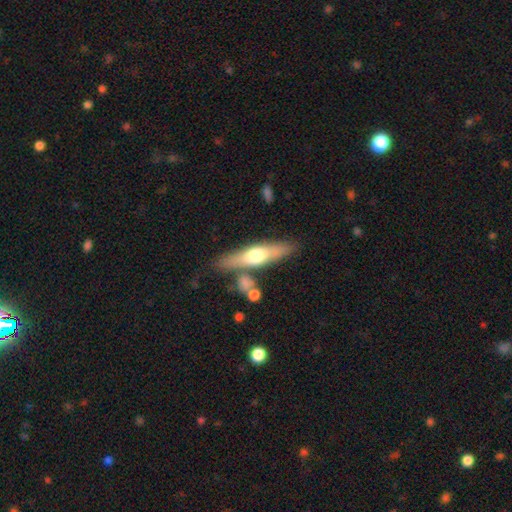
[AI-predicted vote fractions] smooth_or_featured: featured or disk (p=0.48) [alt: smooth p=0.47]
merging: none (p=0.75) [alt: minor disturbance p=0.12]